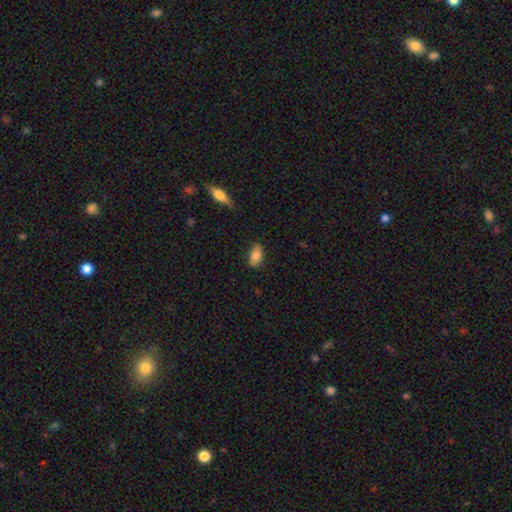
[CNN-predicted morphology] smooth-or-featured: smooth: 79% | featured or disk: 14% | star or artifact: 7%
  how-rounded: in between: 89% | cigar-shaped: 6% | round: 5%
  merging: none: 79% | minor disturbance: 17% | major disturbance: 3% | merger: 1%